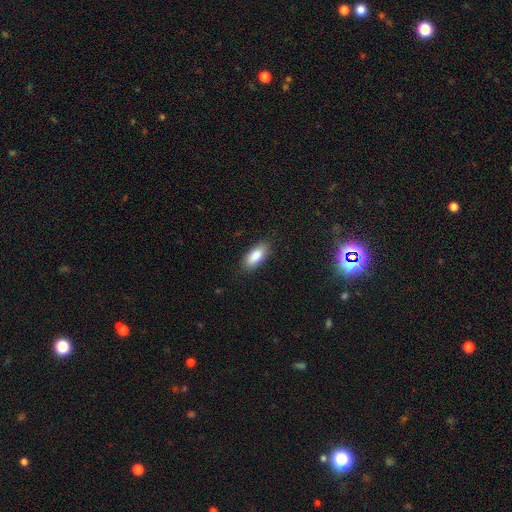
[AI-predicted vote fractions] This is clearly a smooth galaxy (86%). How rounded: clearly in between (85%). Merging: clearly none (85%).